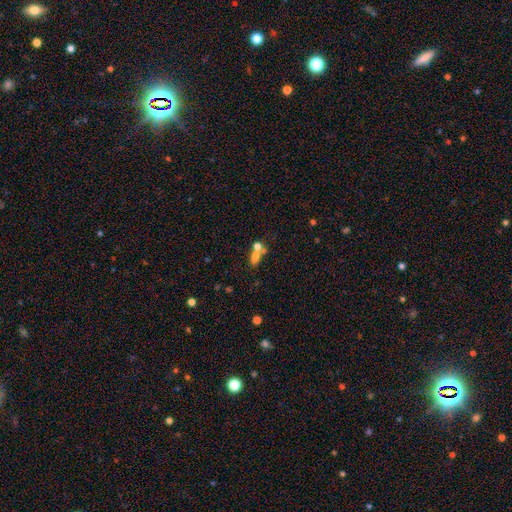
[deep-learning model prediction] smooth-or-featured: smooth: 65% | featured or disk: 21% | star or artifact: 14%
  how-rounded: in between: 63% | round: 27% | cigar-shaped: 10%
  merging: merger: 56% | none: 30% | minor disturbance: 8% | major disturbance: 6%